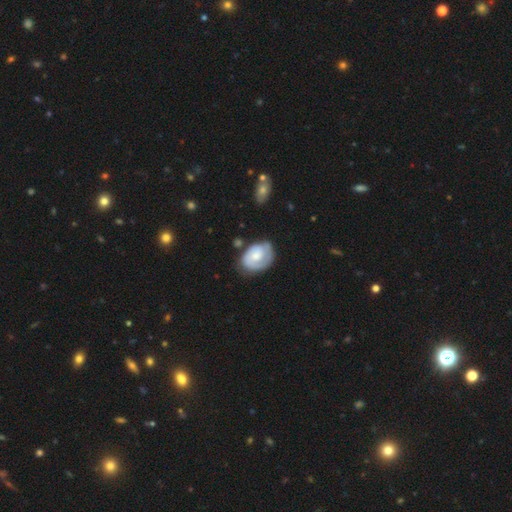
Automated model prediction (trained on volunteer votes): smooth_or_featured: featured or disk (p=0.62) [alt: smooth p=0.32]
disk_edge_on: no (p=0.97) [alt: yes p=0.03]
bar: no (p=0.70) [alt: weak p=0.26]
has_spiral_arms: yes (p=0.85) [alt: no p=0.15]
spiral_winding: tight (p=0.60) [alt: medium p=0.29]
spiral_arm_count: 2 (p=0.39) [alt: 1 p=0.38]
bulge_size: moderate (p=0.46) [alt: small p=0.39]
merging: none (p=0.62) [alt: minor disturbance p=0.25]